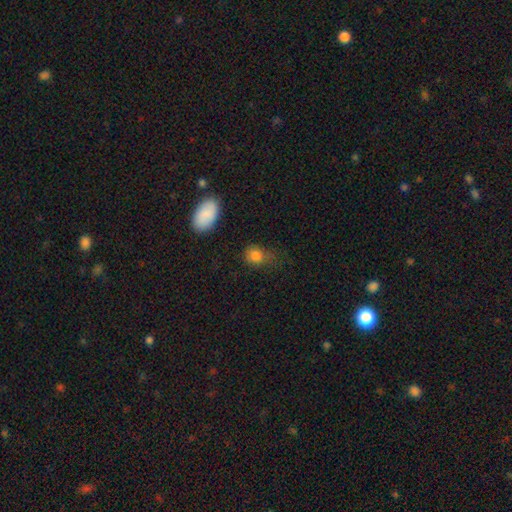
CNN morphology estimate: A smooth galaxy with no disk features (82%) that is round (54%). Merging: none (54%).